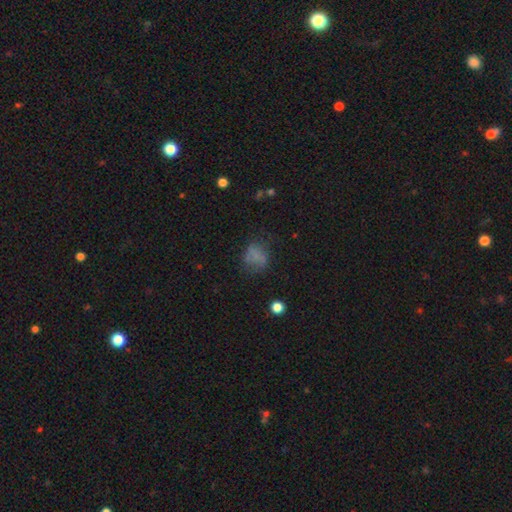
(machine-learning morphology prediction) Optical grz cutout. It shows a smooth galaxy with no disk features (65%) that is round (53%). Merging: none (51%).